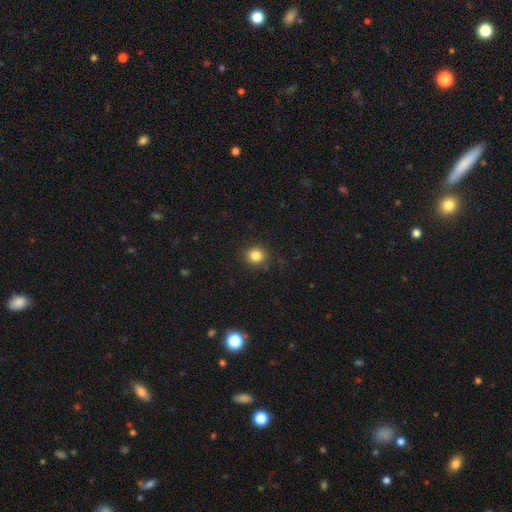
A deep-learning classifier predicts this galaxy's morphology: Q: Smooth or featured?
A: smooth (84%); runner-up: star or artifact (11%)
Q: How rounded?
A: round (86%); runner-up: in between (13%)
Q: Merging?
A: none (88%); runner-up: minor disturbance (8%)